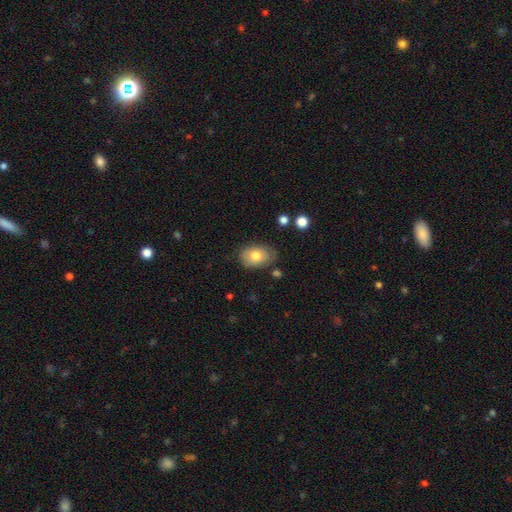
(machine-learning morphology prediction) Smooth or featured? Predicted: smooth (p=0.77). How rounded? Predicted: in between (p=0.82). Merging? Predicted: none (p=0.75).